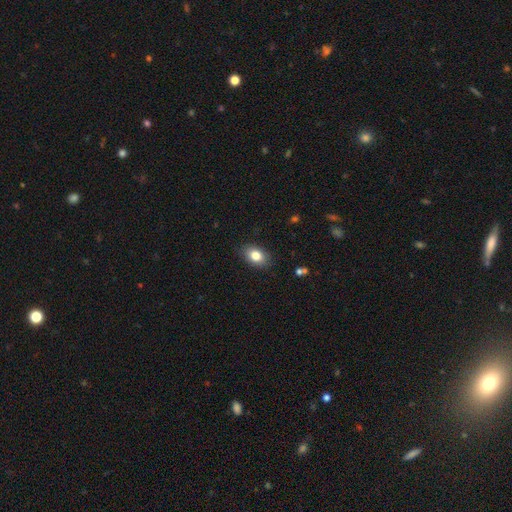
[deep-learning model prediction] smooth_or_featured: smooth (p=0.81) [alt: featured or disk p=0.10]
how_rounded: in between (p=0.79) [alt: round p=0.20]
merging: none (p=0.86) [alt: minor disturbance p=0.10]